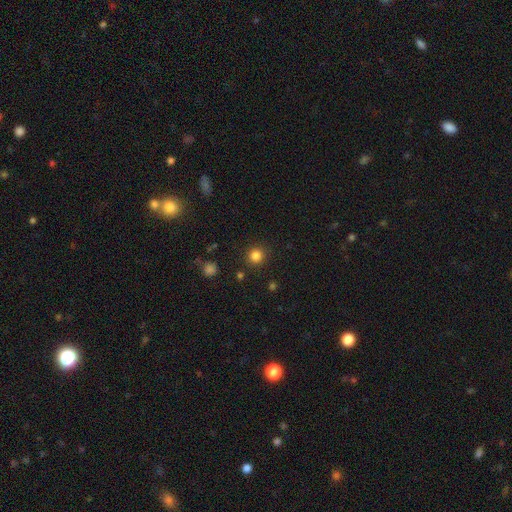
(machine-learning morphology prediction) smooth 83%, star or artifact 13%, featured or disk 4%. Down the decision tree: how rounded — round (94%); merging — none (90%).